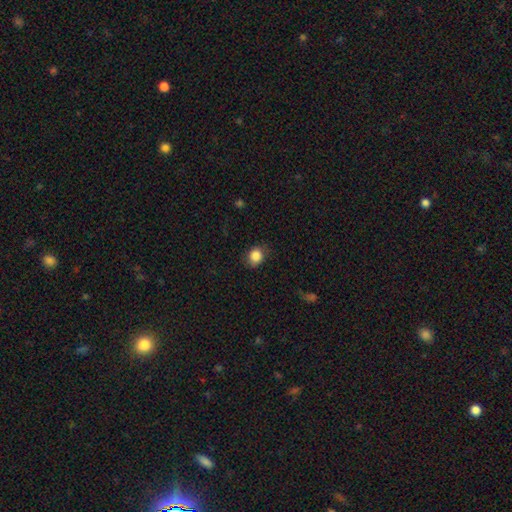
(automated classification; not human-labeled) A smooth galaxy with no disk features (86%) that is round (63%).

Vote fractions:
- Smooth or featured? smooth: 86% / star or artifact: 9% / featured or disk: 5%
- How rounded? round: 63% / in between: 36% / cigar-shaped: 1%
- Merging? none: 77% / minor disturbance: 17% / major disturbance: 4% / merger: 1%